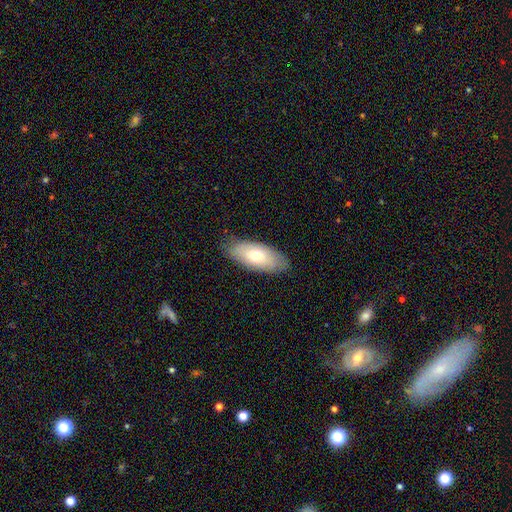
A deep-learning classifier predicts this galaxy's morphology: Smooth or featured?
  - smooth: 63% *
  - featured or disk: 31%
  - star or artifact: 7%
How rounded?
  - in between: 86% *
  - cigar-shaped: 11%
  - round: 3%
Merging?
  - none: 81% *
  - minor disturbance: 15%
  - major disturbance: 3%
  - merger: 1%